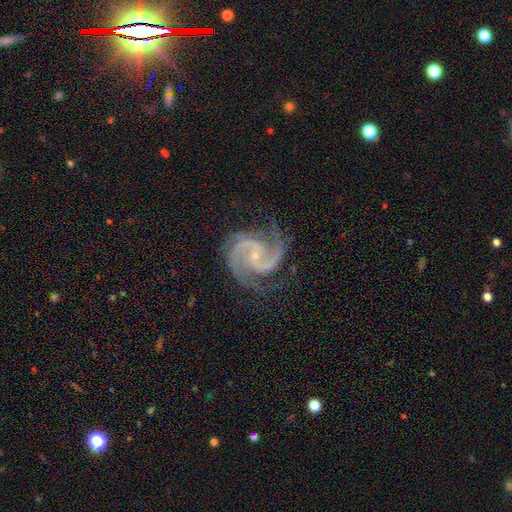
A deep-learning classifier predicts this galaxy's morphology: A featured or disk galaxy (94%) with no bar (53%), 2 (82%) medium (63%) spiral arms (99%) and a small central bulge (79%). Merging: none (75%).